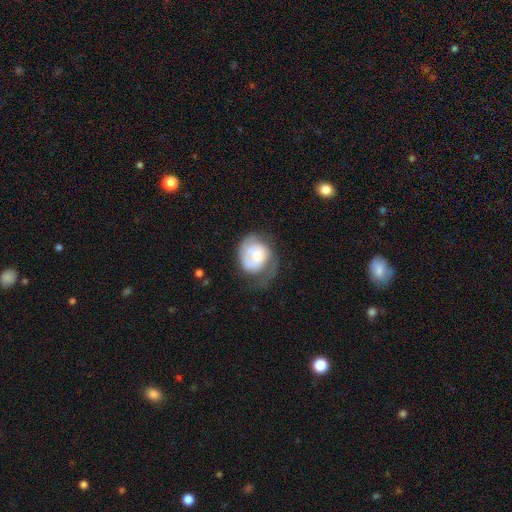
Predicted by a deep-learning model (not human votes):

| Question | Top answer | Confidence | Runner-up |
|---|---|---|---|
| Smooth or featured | featured or disk | 60% | smooth (33%) |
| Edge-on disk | no | 98% | yes (2%) |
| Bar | no | 72% | weak (24%) |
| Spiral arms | yes | 83% | no (17%) |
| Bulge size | moderate | 49% | small (28%) |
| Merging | none | 40% | minor disturbance (29%) |